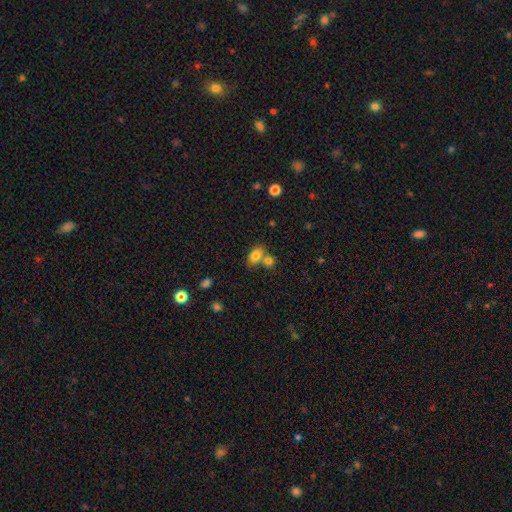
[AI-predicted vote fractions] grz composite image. It shows a smooth galaxy with no disk features (80%) that is in between round and cigar-shaped (80%). Merging: none (47%).